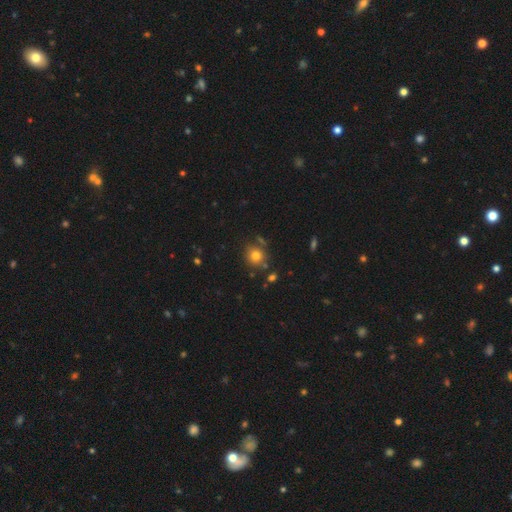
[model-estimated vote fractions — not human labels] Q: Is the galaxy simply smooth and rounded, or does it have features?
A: smooth — 76%.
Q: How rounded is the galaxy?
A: round — 86%.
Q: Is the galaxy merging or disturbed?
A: none — 76%.